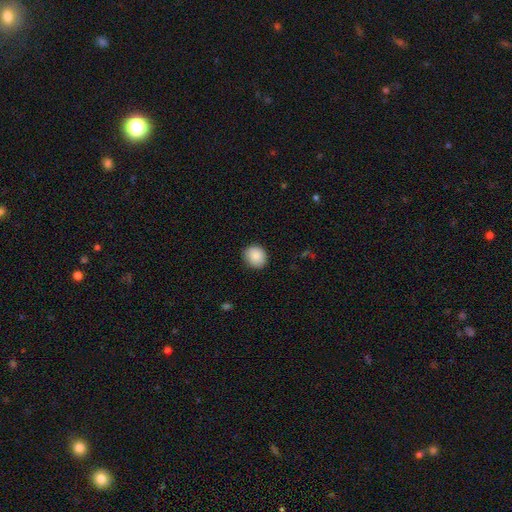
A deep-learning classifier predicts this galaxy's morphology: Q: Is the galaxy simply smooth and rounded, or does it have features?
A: smooth — 88%.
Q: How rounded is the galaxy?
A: round — 78%.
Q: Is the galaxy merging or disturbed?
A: none — 89%.